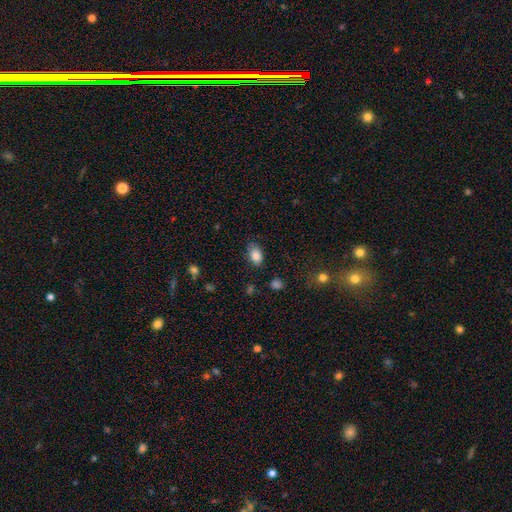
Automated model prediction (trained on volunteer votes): Overall: smooth (85%). How rounded: in between (89%). Merging: none (77%).